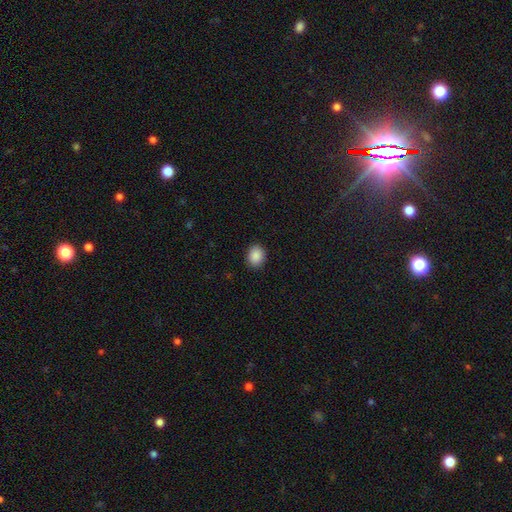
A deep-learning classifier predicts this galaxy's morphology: Overall: smooth (89%). How rounded: round (57%; in between 42%). Merging: none (90%).